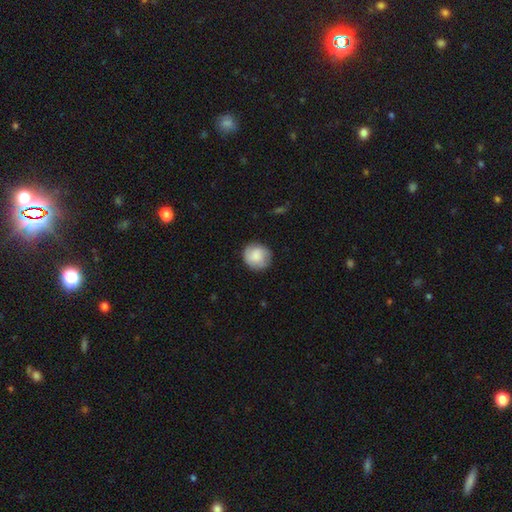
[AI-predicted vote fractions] smooth-or-featured: smooth: 80% | featured or disk: 14% | star or artifact: 6%
  how-rounded: round: 91% | in between: 8% | cigar-shaped: 1%
  merging: none: 84% | minor disturbance: 12% | major disturbance: 3% | merger: 1%